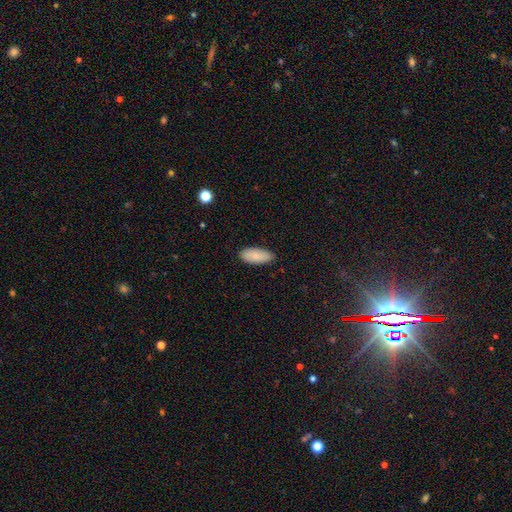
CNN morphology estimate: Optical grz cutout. It shows a smooth galaxy with no disk features (86%) that is in between round and cigar-shaped (87%). Merging: none (83%).